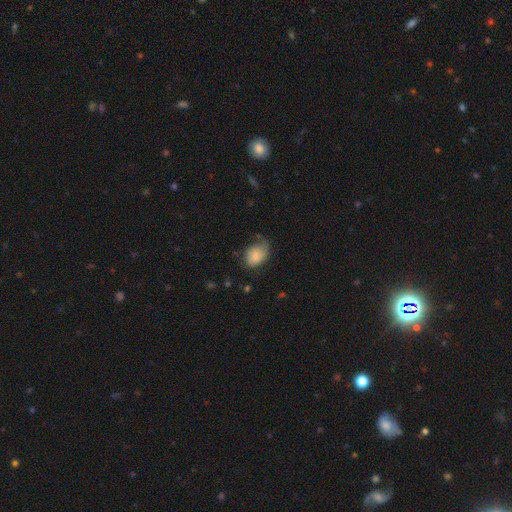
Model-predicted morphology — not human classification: smooth_or_featured: smooth (p=0.69) [alt: featured or disk p=0.23]
how_rounded: in between (p=0.78) [alt: round p=0.21]
merging: none (p=0.40) [alt: minor disturbance p=0.34]